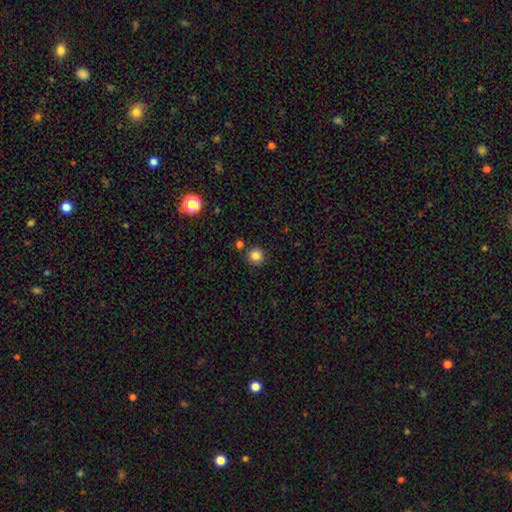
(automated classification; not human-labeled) A smooth galaxy with no disk features (84%) that is round (93%). Merging: none (83%).